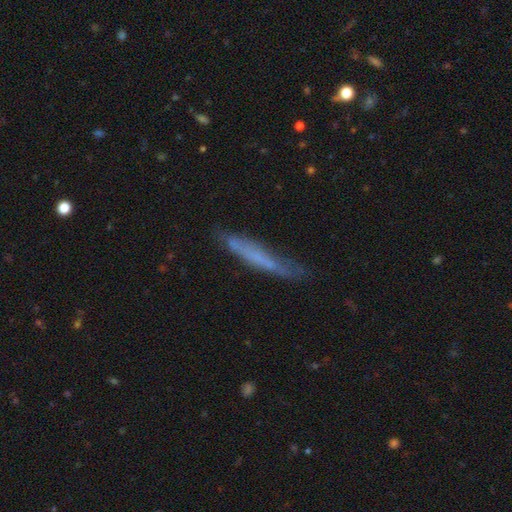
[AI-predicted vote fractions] This appears to be a smooth galaxy with no disk features (51%) that is cigar-shaped (93%). Merging: none (65%).